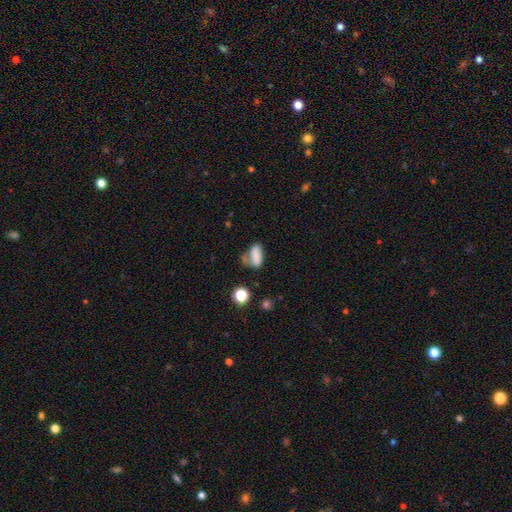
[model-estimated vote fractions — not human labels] Smooth or featured: smooth — 75% (featured or disk — 13%)
How rounded: in between — 83% (cigar-shaped — 9%)
Merging: none — 36% (minor disturbance — 26%)